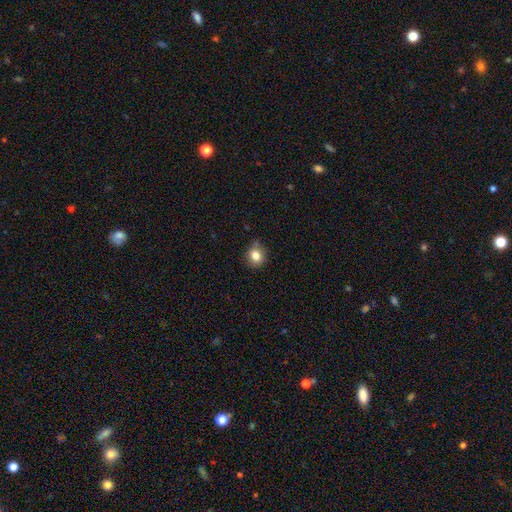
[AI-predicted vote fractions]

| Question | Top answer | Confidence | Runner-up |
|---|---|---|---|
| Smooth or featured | smooth | 83% | star or artifact (10%) |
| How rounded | round | 77% | in between (22%) |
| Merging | none | 79% | minor disturbance (16%) |